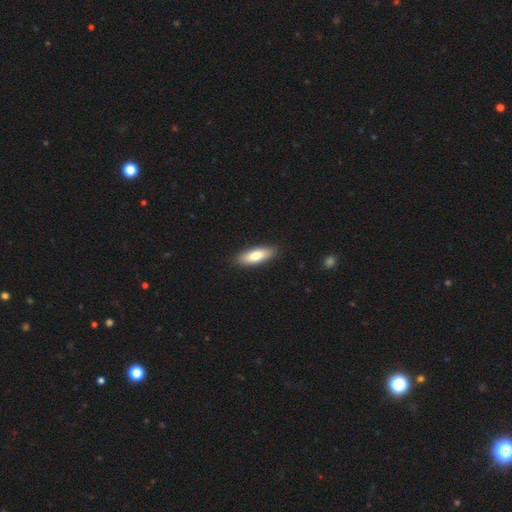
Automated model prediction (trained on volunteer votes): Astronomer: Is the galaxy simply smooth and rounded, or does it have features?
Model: smooth — 78%.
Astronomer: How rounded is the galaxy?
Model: in between — 64%.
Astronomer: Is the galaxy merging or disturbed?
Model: none — 90%.